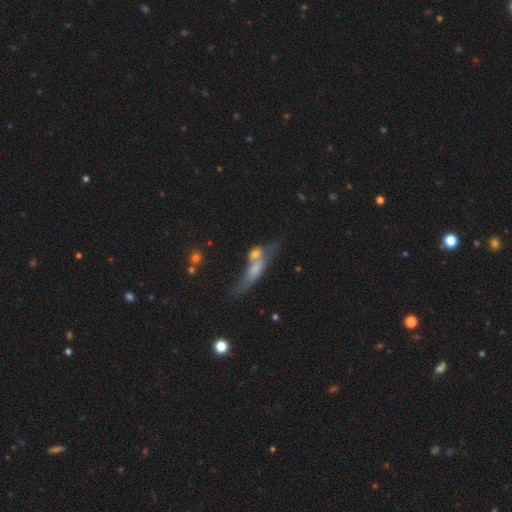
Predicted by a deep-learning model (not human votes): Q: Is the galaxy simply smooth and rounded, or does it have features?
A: smooth — 43%, tied with featured or disk.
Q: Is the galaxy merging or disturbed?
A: merger — 43%.